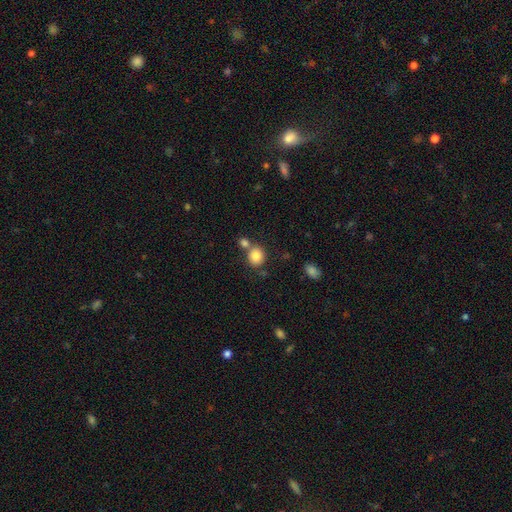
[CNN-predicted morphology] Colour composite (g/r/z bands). It shows a smooth galaxy with no disk features (84%) that is round (75%). Merging: none (59%).